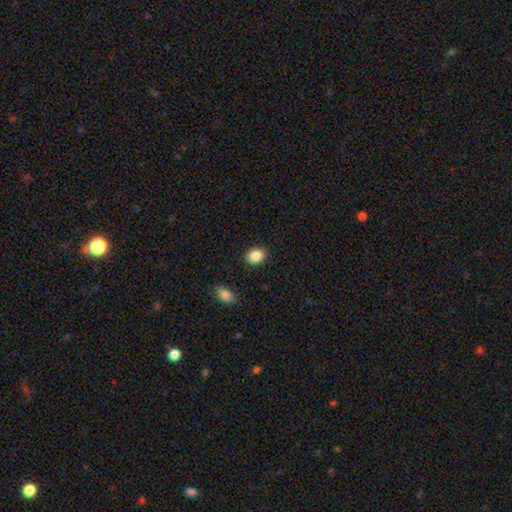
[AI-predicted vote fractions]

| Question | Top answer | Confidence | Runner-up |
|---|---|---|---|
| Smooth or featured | smooth | 87% | star or artifact (8%) |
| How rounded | in between | 64% | round (36%) |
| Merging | none | 89% | minor disturbance (7%) |